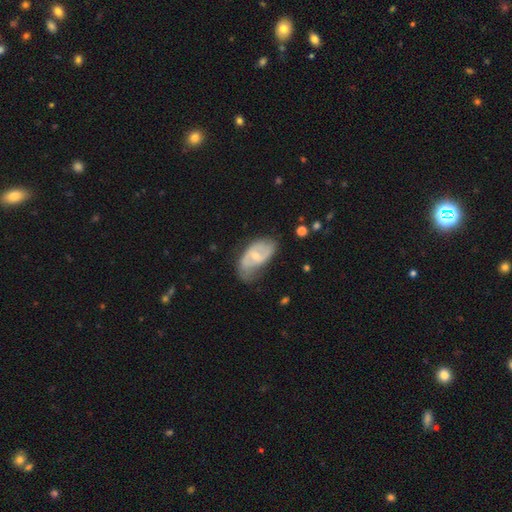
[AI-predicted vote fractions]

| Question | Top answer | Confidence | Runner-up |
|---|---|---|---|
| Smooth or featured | featured or disk | 64% | smooth (30%) |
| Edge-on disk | no | 94% | yes (6%) |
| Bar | weak | 46% | no (41%) |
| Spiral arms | yes | 74% | no (26%) |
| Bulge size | small | 57% | moderate (38%) |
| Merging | none | 47% | minor disturbance (34%) |